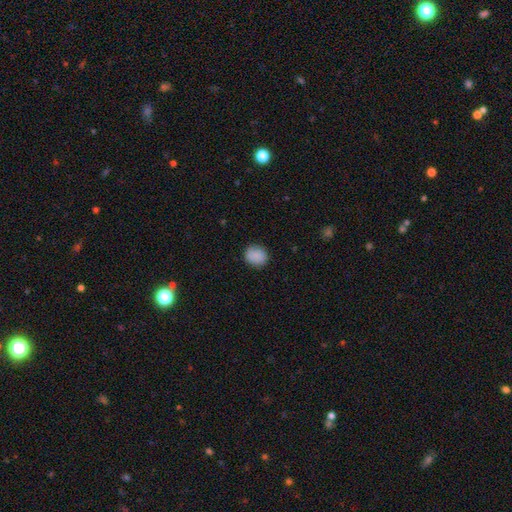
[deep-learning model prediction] A smooth galaxy with no disk features (89%) that is round (74%). Merging: none (87%).